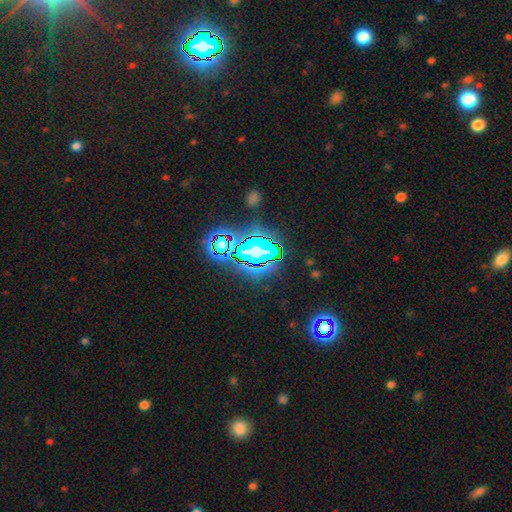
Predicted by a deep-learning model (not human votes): smooth_or_featured: star or artifact (p=0.80) [alt: smooth p=0.12]